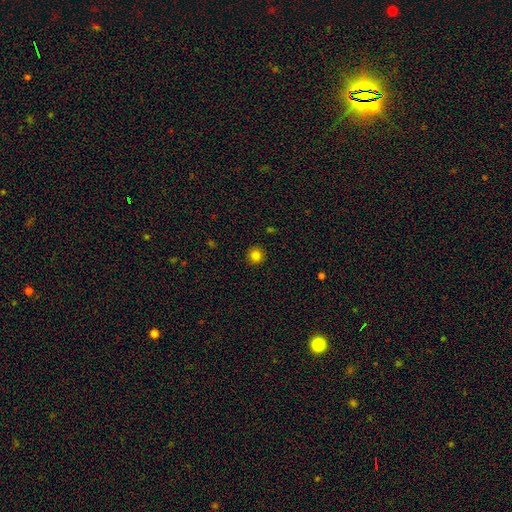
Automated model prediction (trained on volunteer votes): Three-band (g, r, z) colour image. It shows a smooth galaxy with no disk features (82%) that is round (94%). Merging: none (92%).